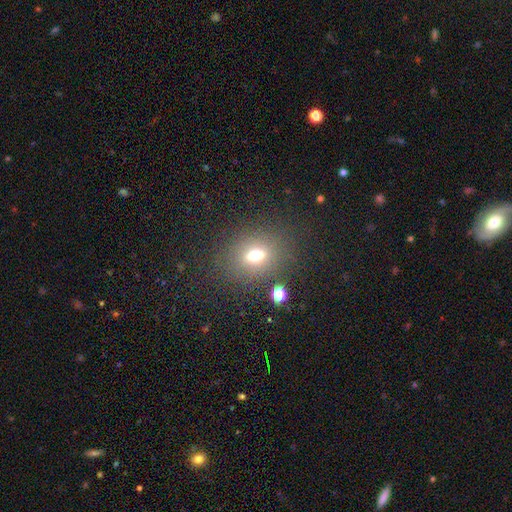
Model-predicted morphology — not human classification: This is likely a smooth galaxy (65%). How rounded: possibly in between (60%). Merging: clearly none (81%).